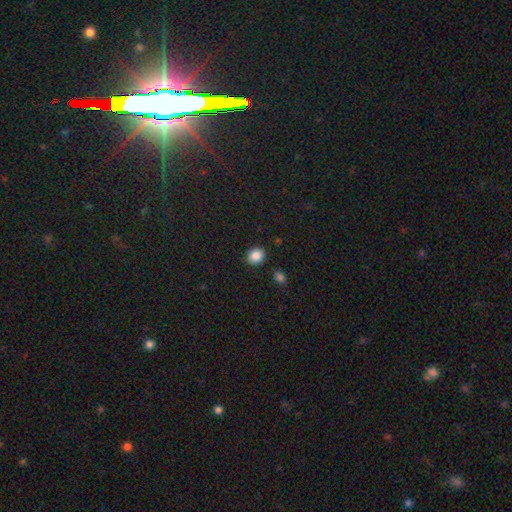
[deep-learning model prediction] A smooth galaxy with no disk features (87%) that is round (73%).

Vote fractions:
- Smooth or featured? smooth: 87% / star or artifact: 10% / featured or disk: 3%
- How rounded? round: 73% / in between: 26% / cigar-shaped: 1%
- Merging? none: 88% / minor disturbance: 8% / merger: 2% / major disturbance: 2%